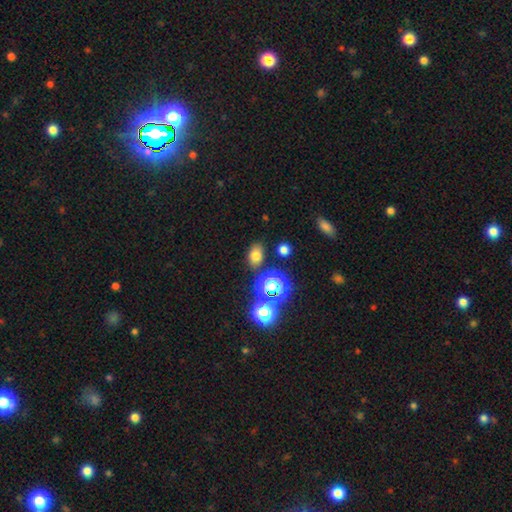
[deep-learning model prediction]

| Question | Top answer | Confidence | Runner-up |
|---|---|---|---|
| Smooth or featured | smooth | 69% | star or artifact (22%) |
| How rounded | in between | 73% | round (25%) |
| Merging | none | 79% | minor disturbance (12%) |